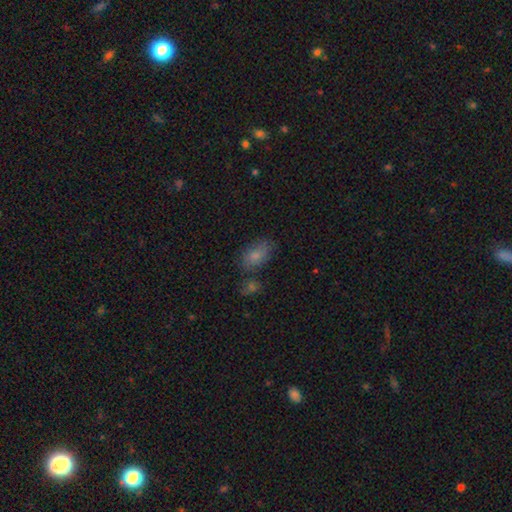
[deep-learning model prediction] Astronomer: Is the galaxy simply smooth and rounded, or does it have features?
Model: smooth — 76%.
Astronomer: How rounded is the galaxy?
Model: in between — 90%.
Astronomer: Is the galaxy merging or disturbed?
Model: none — 63%.